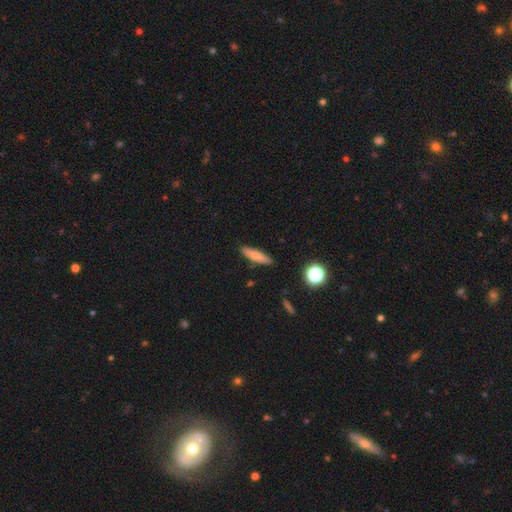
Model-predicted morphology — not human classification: This is likely a smooth galaxy (75%). How rounded: likely cigar-shaped (72%). Merging: clearly none (86%).